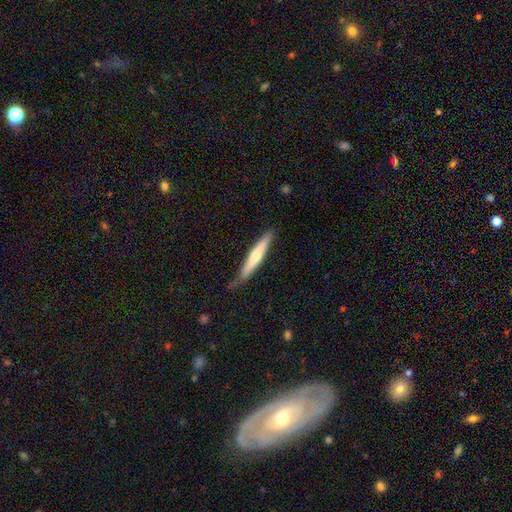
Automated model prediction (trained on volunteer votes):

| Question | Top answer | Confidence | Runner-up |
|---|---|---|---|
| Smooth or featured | smooth | 56% | featured or disk (39%) |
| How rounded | cigar-shaped | 93% | in between (6%) |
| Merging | none | 77% | minor disturbance (18%) |